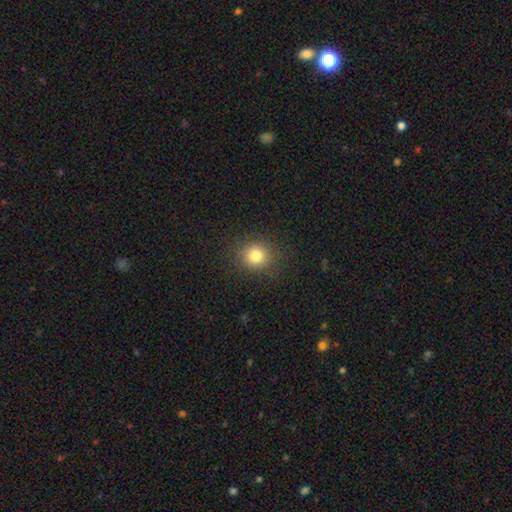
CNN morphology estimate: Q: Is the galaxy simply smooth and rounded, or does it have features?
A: smooth — 81%.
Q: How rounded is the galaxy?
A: round — 85%.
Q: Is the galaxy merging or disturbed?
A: none — 87%.